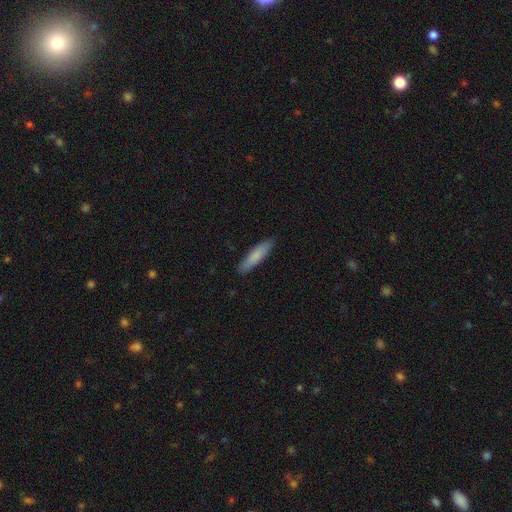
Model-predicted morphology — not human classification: smooth_or_featured: smooth (p=0.81) [alt: featured or disk p=0.13]
how_rounded: cigar-shaped (p=0.78) [alt: in between p=0.21]
merging: none (p=0.88) [alt: minor disturbance p=0.09]